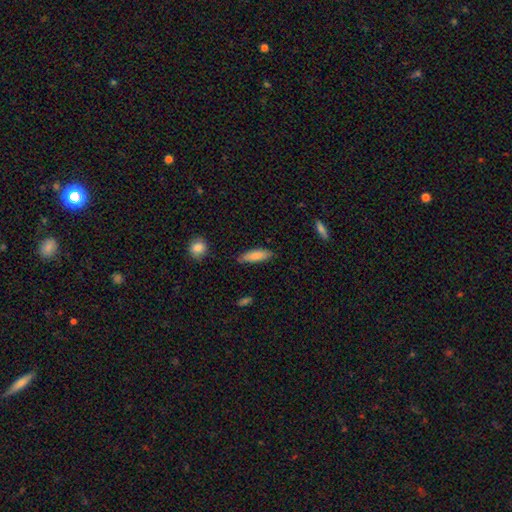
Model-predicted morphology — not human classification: Smooth or featured: smooth — 83% (featured or disk — 10%)
How rounded: cigar-shaped — 50% (in between — 48%)
Merging: none — 81% (minor disturbance — 14%)